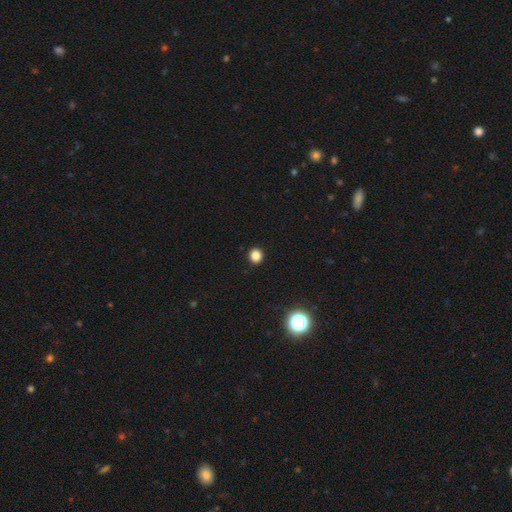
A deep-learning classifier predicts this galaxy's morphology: Smooth or featured?
  - smooth: 84% *
  - star or artifact: 13%
  - featured or disk: 3%
How rounded?
  - round: 90% *
  - in between: 9%
  - cigar-shaped: 1%
Merging?
  - none: 93% *
  - minor disturbance: 4%
  - major disturbance: 1%
  - merger: 1%